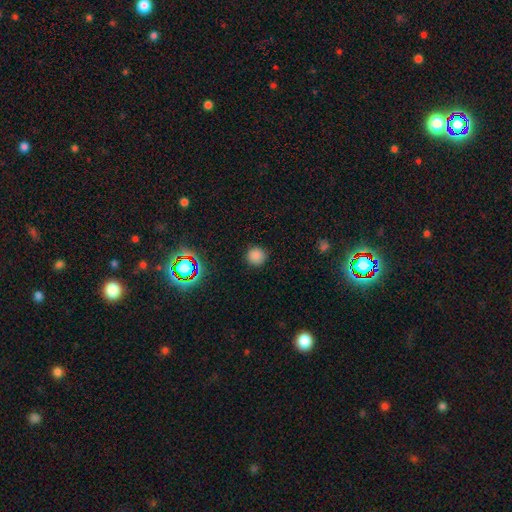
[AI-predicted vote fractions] smooth_or_featured: smooth (p=0.81) [alt: star or artifact p=0.15]
how_rounded: round (p=0.94) [alt: in between p=0.05]
merging: none (p=0.90) [alt: minor disturbance p=0.07]